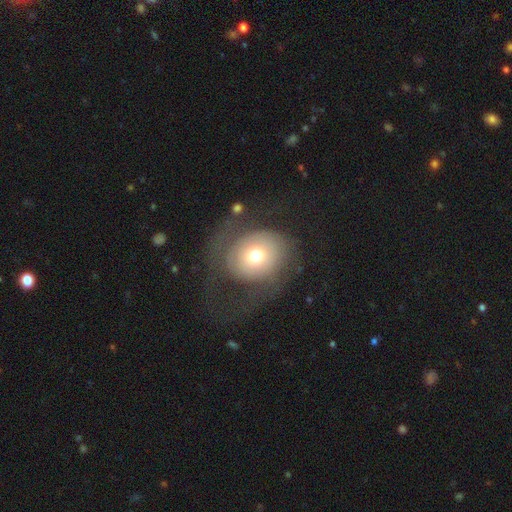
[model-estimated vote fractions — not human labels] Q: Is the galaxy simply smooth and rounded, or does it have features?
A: smooth — 53%.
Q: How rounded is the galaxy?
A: round — 66%.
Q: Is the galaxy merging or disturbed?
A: none — 41%.